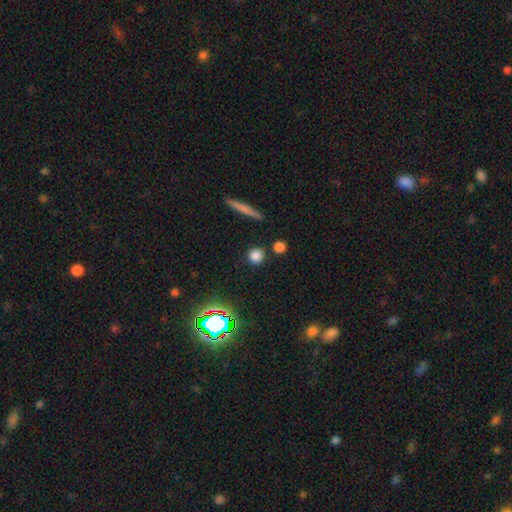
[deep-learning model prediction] Smooth or featured?
  - smooth: 80% *
  - star or artifact: 13%
  - featured or disk: 6%
How rounded?
  - round: 89% *
  - in between: 8%
  - cigar-shaped: 3%
Merging?
  - none: 85% *
  - minor disturbance: 7%
  - merger: 6%
  - major disturbance: 2%